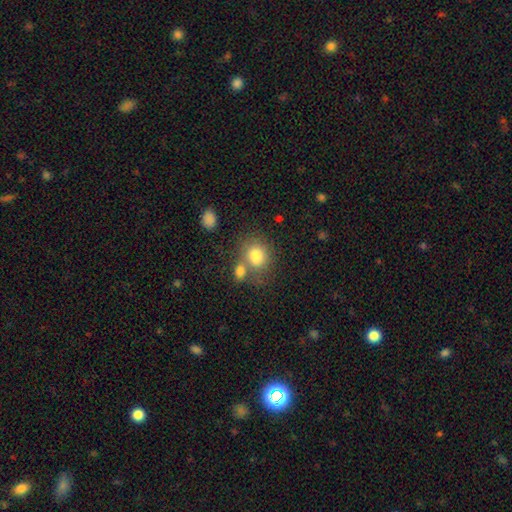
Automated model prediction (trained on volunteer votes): Q: Smooth or featured?
A: smooth (80%); runner-up: featured or disk (11%)
Q: How rounded?
A: round (63%); runner-up: in between (36%)
Q: Merging?
A: none (47%); runner-up: merger (34%)